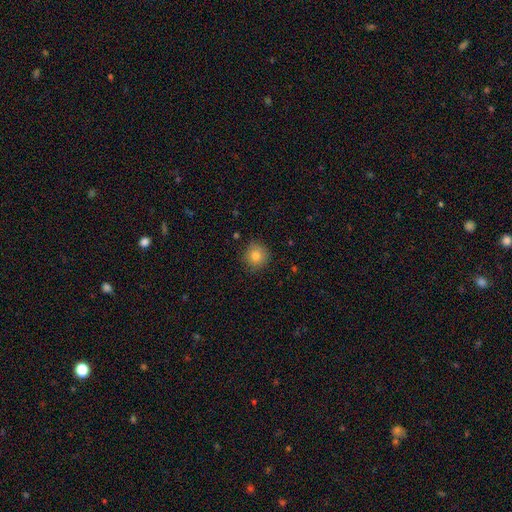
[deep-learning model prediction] Smooth or featured? Predicted: smooth (p=0.81). How rounded? Predicted: round (p=0.92). Merging? Predicted: none (p=0.85).